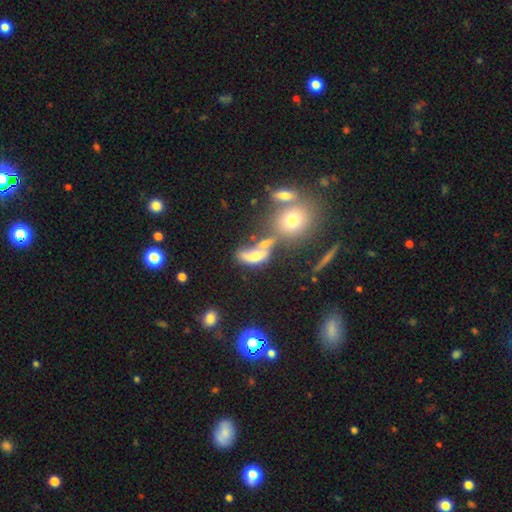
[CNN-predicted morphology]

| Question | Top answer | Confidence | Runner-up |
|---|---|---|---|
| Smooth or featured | smooth | 54% | featured or disk (30%) |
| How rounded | in between | 72% | cigar-shaped (15%) |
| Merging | merger | 45% | none (25%) |